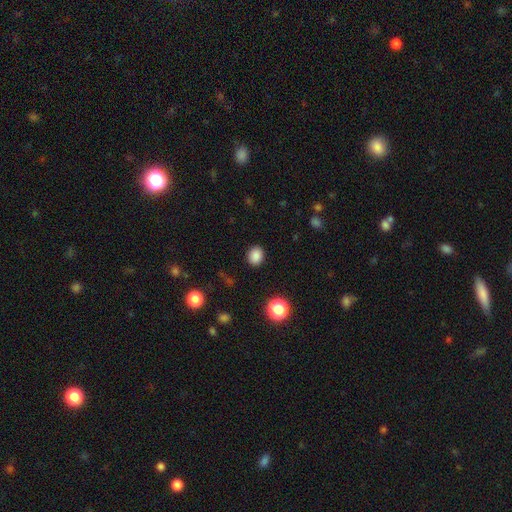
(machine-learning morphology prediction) Smooth or featured?
  - smooth: 85% *
  - star or artifact: 11%
  - featured or disk: 3%
How rounded?
  - round: 62% *
  - in between: 37%
  - cigar-shaped: 1%
Merging?
  - none: 89% *
  - minor disturbance: 7%
  - major disturbance: 3%
  - merger: 1%